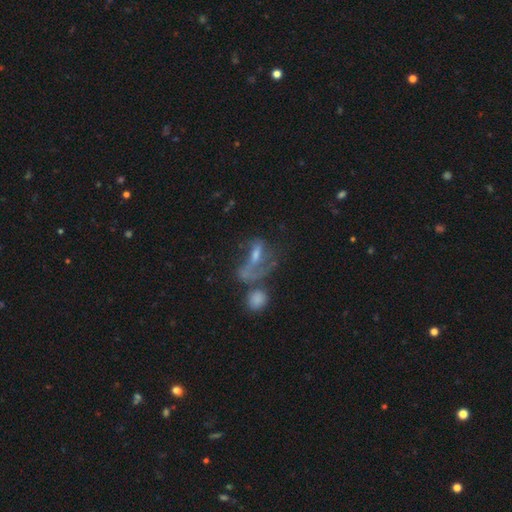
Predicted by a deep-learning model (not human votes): Q: Smooth or featured?
A: featured or disk (56%); runner-up: smooth (28%)
Q: Edge-on disk?
A: no (84%); runner-up: yes (16%)
Q: Merging?
A: merger (32%); runner-up: major disturbance (28%)